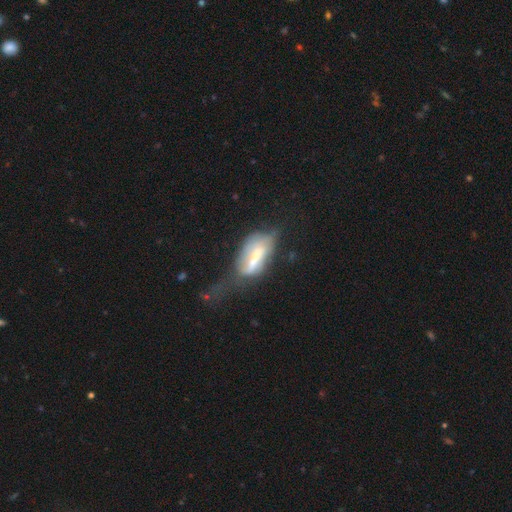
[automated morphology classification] smooth 48%, featured or disk 43%, star or artifact 8%. Down the decision tree: merging — major disturbance (45%).